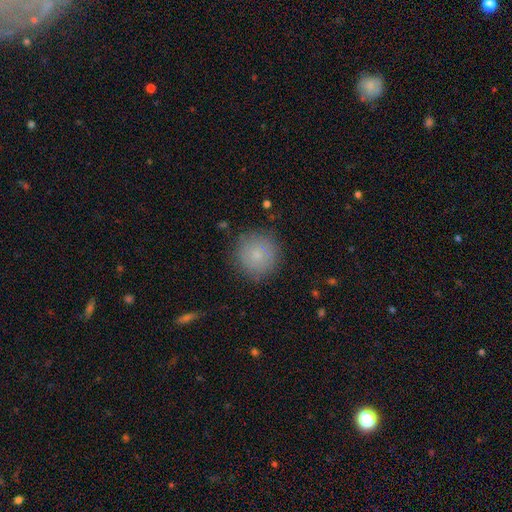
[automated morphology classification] smooth-or-featured: smooth: 79% | featured or disk: 12% | star or artifact: 9%
  how-rounded: round: 95% | in between: 4% | cigar-shaped: 1%
  merging: none: 87% | minor disturbance: 9% | major disturbance: 3% | merger: 1%